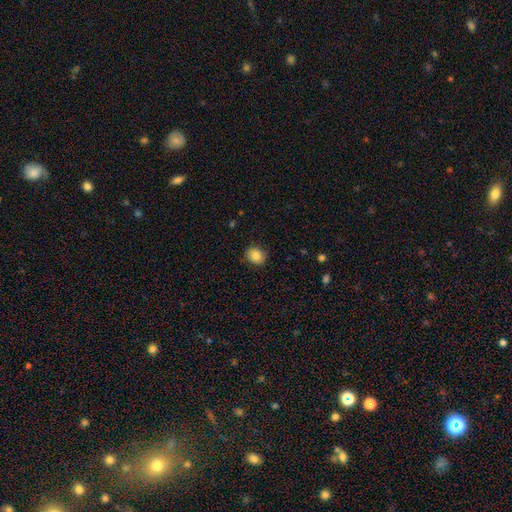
smooth-or-featured: smooth: 87% | star or artifact: 8% | featured or disk: 5%
  how-rounded: round: 53% | in between: 47% | cigar-shaped: 0%
  merging: none: 86% | minor disturbance: 8% | major disturbance: 3% | merger: 3%